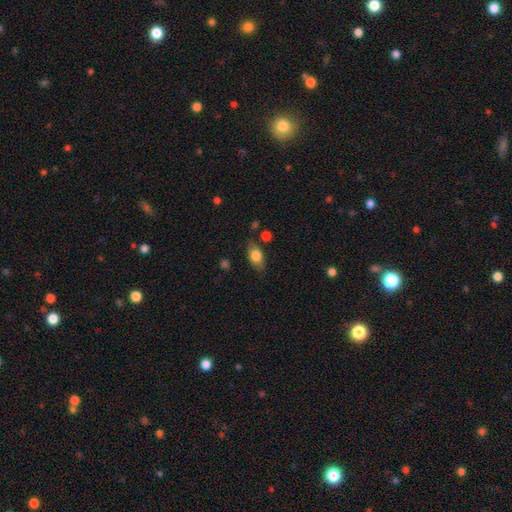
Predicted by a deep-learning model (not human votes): This is likely a smooth galaxy (76%). How rounded: clearly in between (84%). Merging: likely none (74%).